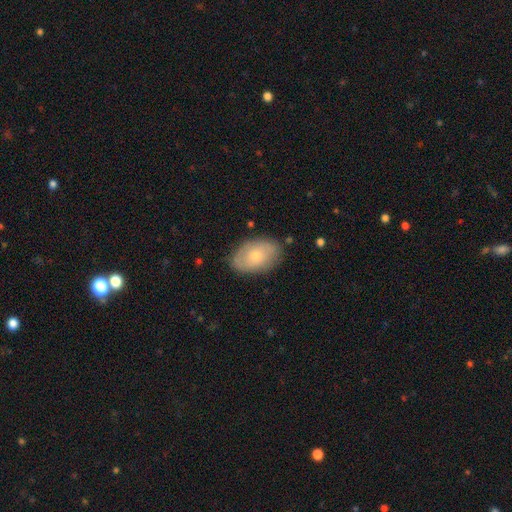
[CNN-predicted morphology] Overall: smooth (59%; featured or disk 34%). How rounded: in between (89%). Merging: none (79%).